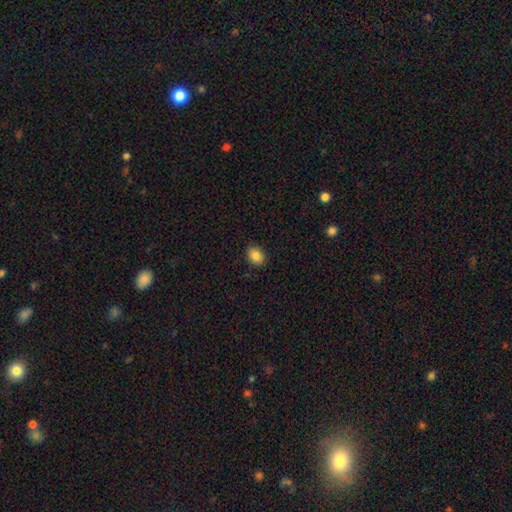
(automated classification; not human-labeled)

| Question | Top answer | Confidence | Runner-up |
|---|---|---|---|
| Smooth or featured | smooth | 86% | star or artifact (9%) |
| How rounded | in between | 69% | round (30%) |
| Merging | none | 89% | minor disturbance (8%) |